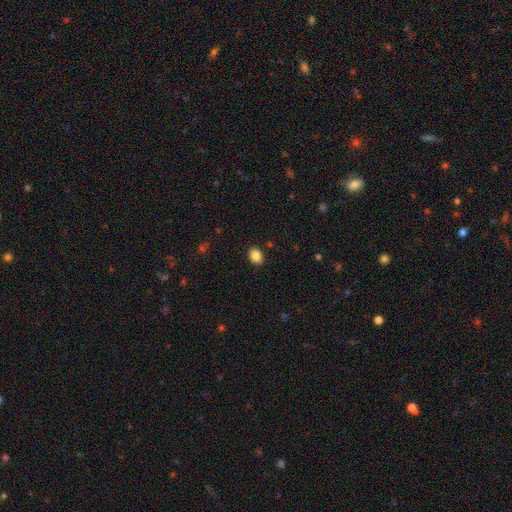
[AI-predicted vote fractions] A smooth galaxy with no disk features (87%) that is in between round and cigar-shaped (76%).

Vote fractions:
- Smooth or featured? smooth: 87% / star or artifact: 9% / featured or disk: 4%
- How rounded? in between: 76% / round: 23% / cigar-shaped: 1%
- Merging? none: 88% / minor disturbance: 9% / major disturbance: 2% / merger: 1%